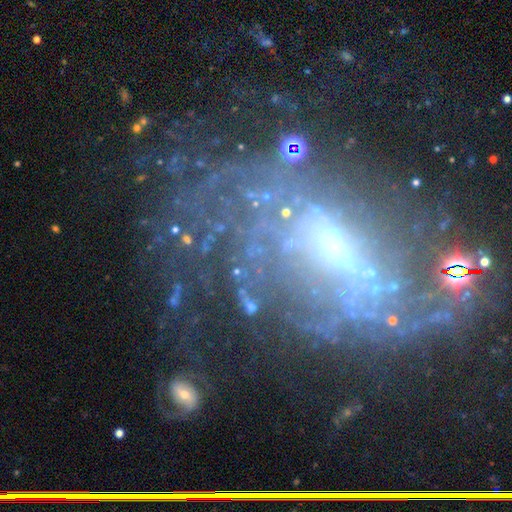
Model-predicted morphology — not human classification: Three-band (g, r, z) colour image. It shows a featured or disk galaxy (73%) with no bar (40%), spiral arms (61%) and a small central bulge (42%). Merging: none (50%).